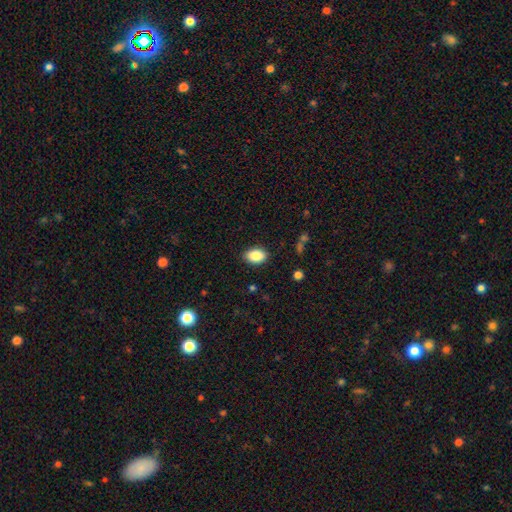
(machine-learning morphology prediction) Smooth or featured? Predicted: smooth (p=0.87). How rounded? Predicted: in between (p=0.87). Merging? Predicted: none (p=0.87).